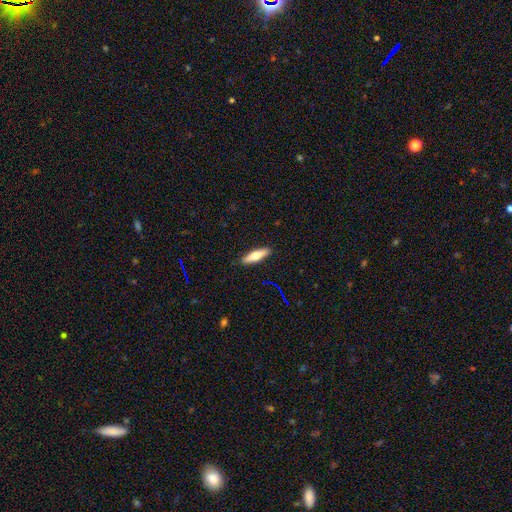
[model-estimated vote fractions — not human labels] smooth-or-featured: smooth: 59% | featured or disk: 34% | star or artifact: 6%
  how-rounded: cigar-shaped: 65% | in between: 33% | round: 2%
  merging: none: 90% | minor disturbance: 7% | major disturbance: 2% | merger: 1%